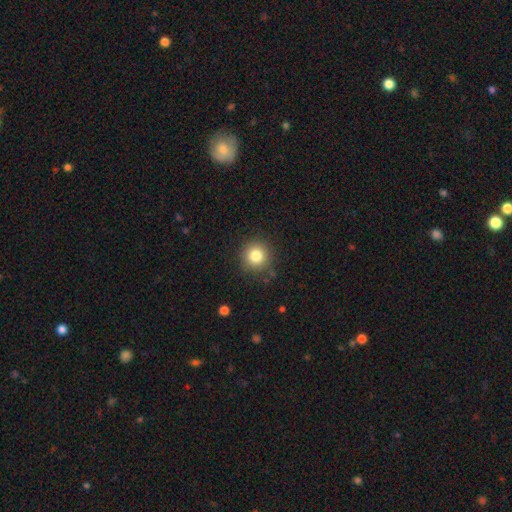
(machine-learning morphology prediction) A smooth galaxy with no disk features (81%) that is round (94%).

Vote fractions:
- Smooth or featured? smooth: 81% / star or artifact: 11% / featured or disk: 7%
- How rounded? round: 94% / in between: 5% / cigar-shaped: 1%
- Merging? none: 88% / minor disturbance: 8% / major disturbance: 3% / merger: 2%